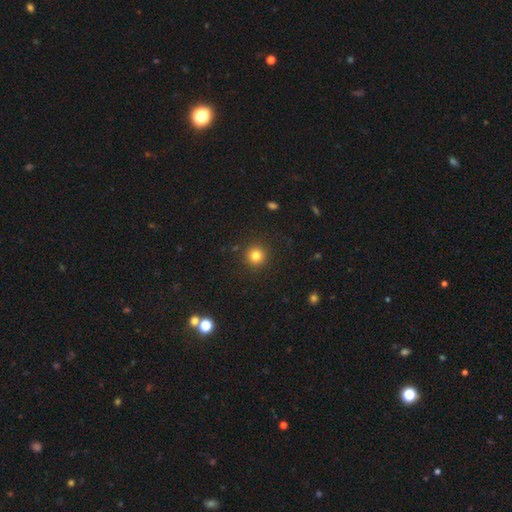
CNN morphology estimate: Q: Smooth or featured?
A: smooth (81%); runner-up: star or artifact (13%)
Q: How rounded?
A: round (94%); runner-up: in between (5%)
Q: Merging?
A: none (90%); runner-up: minor disturbance (6%)